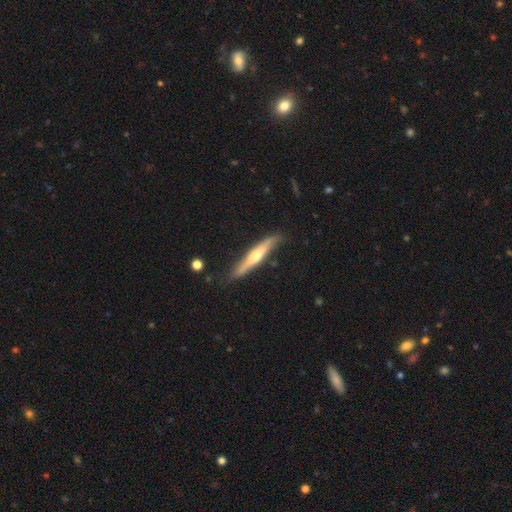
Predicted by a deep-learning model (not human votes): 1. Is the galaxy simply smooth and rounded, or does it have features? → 59% featured or disk, 36% smooth, 5% star or artifact.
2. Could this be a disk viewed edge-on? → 93% yes, 7% no.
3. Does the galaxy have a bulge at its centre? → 80% rounded, 12% none, 7% boxy.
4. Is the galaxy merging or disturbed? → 81% none, 15% minor disturbance, 3% major disturbance, 2% merger.